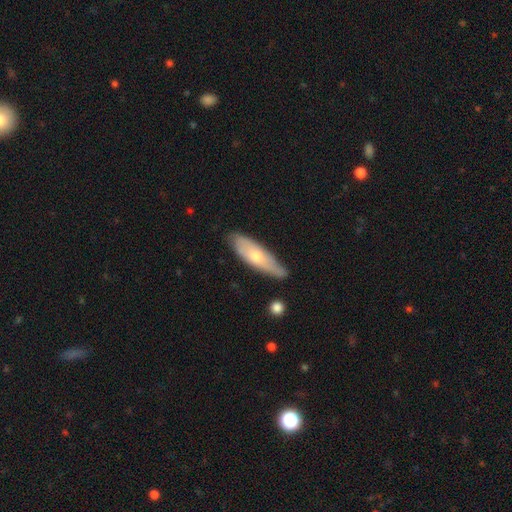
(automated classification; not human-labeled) This appears to be a smooth galaxy with no disk features (52%) that is cigar-shaped (56%). Merging: none (75%).